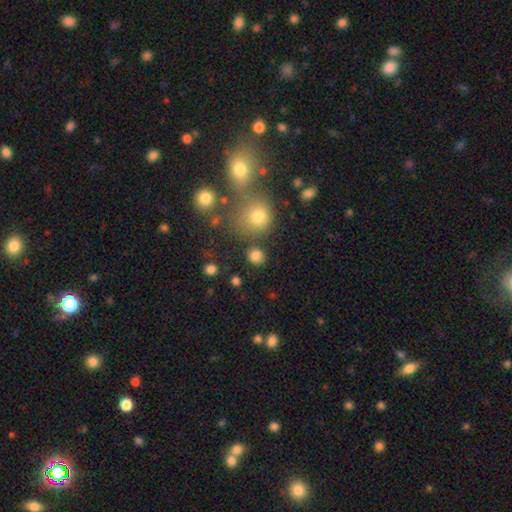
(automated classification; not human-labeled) This is clearly a smooth galaxy (82%). How rounded: clearly round (82%). Merging: clearly none (82%).